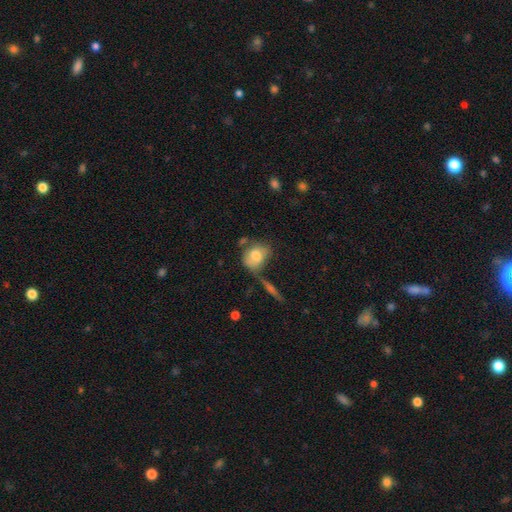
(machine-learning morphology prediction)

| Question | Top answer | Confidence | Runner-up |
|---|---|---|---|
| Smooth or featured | smooth | 68% | featured or disk (24%) |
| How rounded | round | 51% | in between (48%) |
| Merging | none | 41% | minor disturbance (24%) |